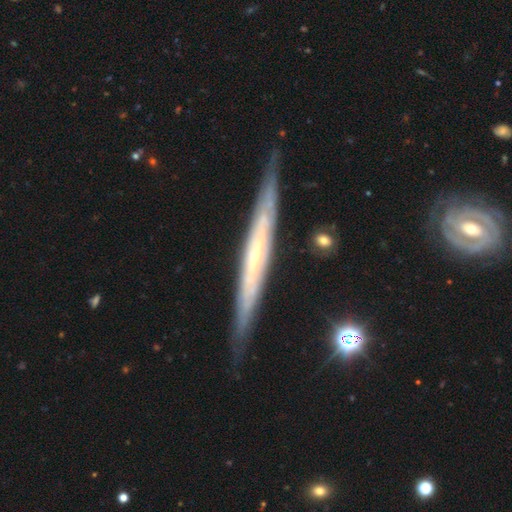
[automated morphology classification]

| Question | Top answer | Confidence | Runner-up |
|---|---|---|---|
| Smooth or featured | featured or disk | 72% | smooth (22%) |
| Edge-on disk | yes | 90% | no (10%) |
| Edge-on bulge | none | 71% | rounded (22%) |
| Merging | none | 84% | minor disturbance (12%) |